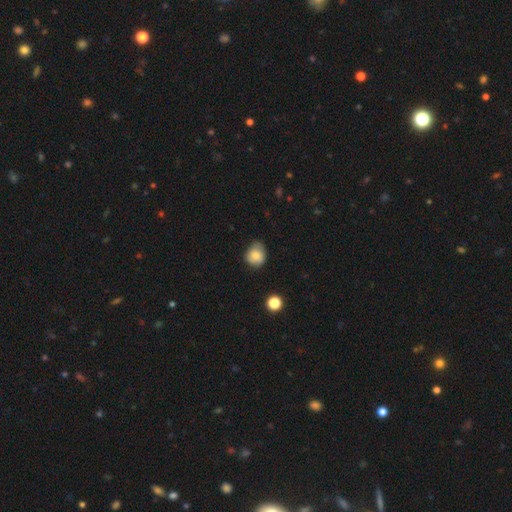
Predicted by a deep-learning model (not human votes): Overall: smooth (79%). How rounded: round (69%; in between 30%). Merging: none (59%; minor disturbance 33%).